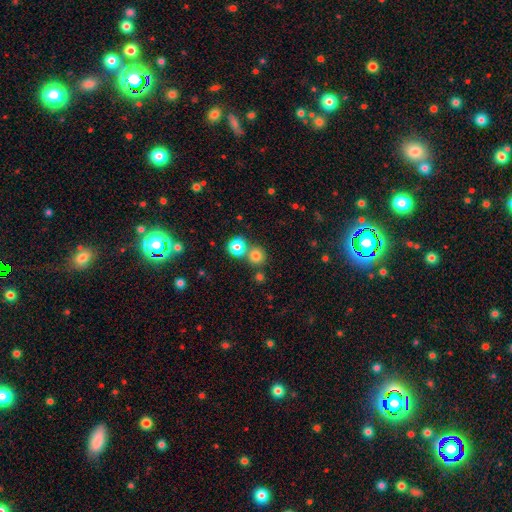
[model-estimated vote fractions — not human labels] Morphology: type=smooth (77%); roundness=round (90%); merging=none (64%).